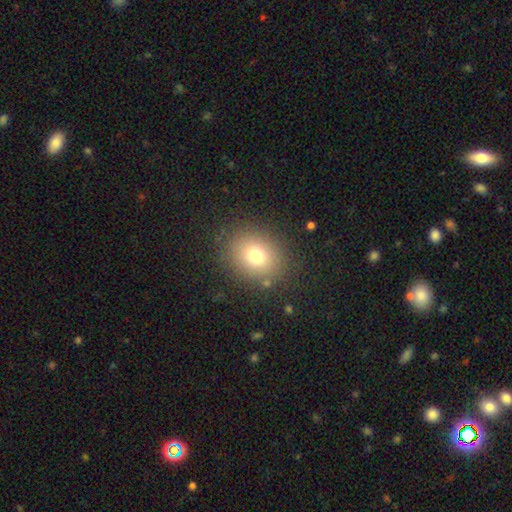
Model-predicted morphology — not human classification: A smooth galaxy with no disk features (75%) that is round (59%). Merging: none (86%).